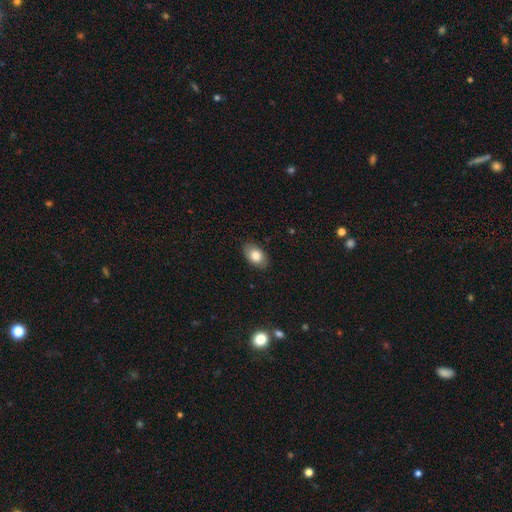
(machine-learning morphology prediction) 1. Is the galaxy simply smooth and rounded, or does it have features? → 81% smooth, 12% featured or disk, 7% star or artifact.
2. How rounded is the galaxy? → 89% in between, 10% round, 1% cigar-shaped.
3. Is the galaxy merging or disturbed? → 85% none, 11% minor disturbance, 3% major disturbance, 1% merger.